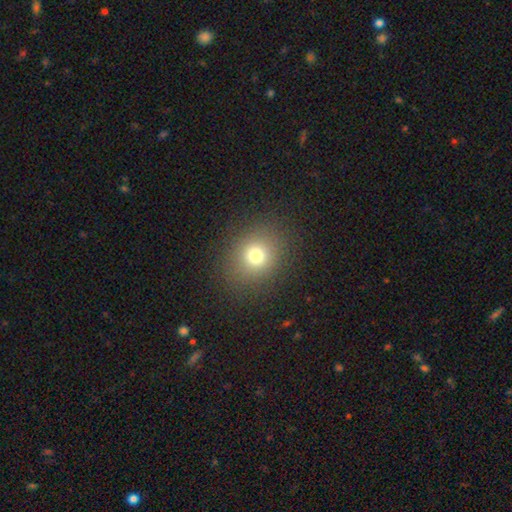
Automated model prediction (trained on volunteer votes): A smooth galaxy with no disk features (74%) that is round (74%). Merging: none (87%).